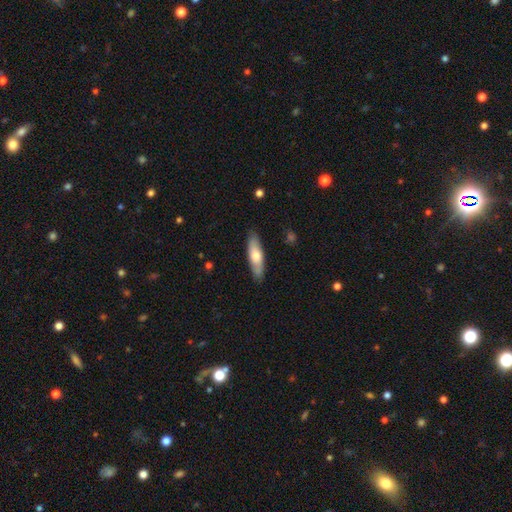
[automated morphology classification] Smooth or featured? smooth (63%)
How rounded? cigar-shaped (57%)
Merging? none (85%)